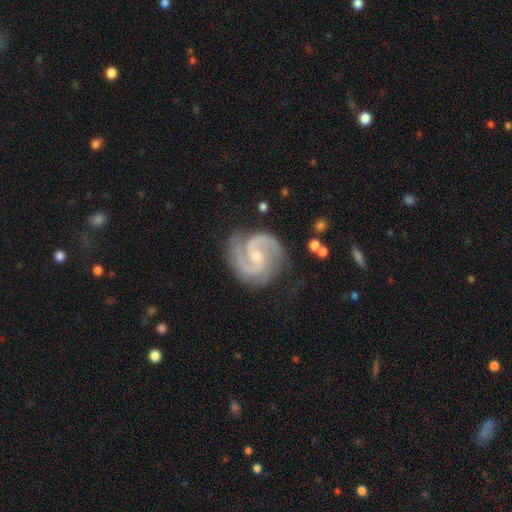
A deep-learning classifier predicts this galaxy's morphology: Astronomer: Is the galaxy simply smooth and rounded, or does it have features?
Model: featured or disk — 93%.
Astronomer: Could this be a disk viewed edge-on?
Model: no — 98%.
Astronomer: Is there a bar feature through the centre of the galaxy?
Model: no — 45% (runner-up: weak, 44%).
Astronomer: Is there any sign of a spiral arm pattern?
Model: yes — 99%.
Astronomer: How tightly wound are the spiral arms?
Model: medium — 58%.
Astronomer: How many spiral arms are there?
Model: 2 — 89%.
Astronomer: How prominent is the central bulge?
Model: small — 61%.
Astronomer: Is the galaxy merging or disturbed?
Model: none — 77%.